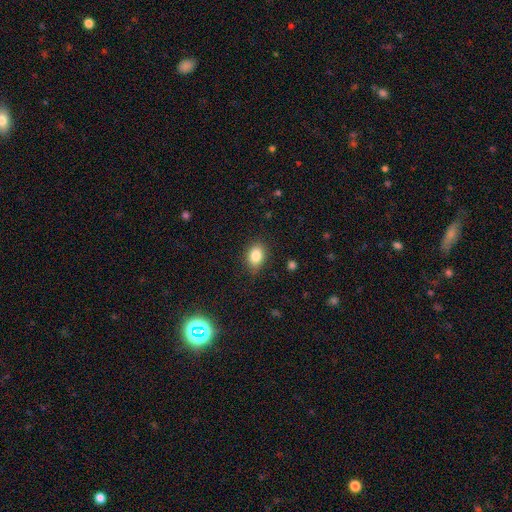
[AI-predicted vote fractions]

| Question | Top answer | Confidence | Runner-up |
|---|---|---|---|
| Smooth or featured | smooth | 84% | star or artifact (9%) |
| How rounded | in between | 73% | round (26%) |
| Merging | none | 82% | minor disturbance (14%) |